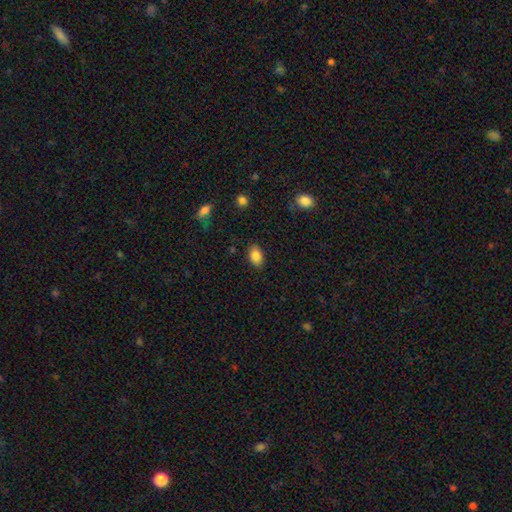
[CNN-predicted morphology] This appears to be a smooth galaxy with no disk features (85%) that is in between round and cigar-shaped (88%). Merging: none (85%).